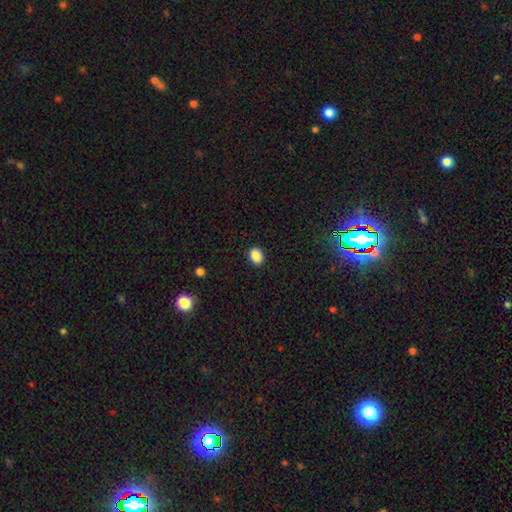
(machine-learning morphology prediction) Smooth or featured? smooth (87%)
How rounded? in between (55%)
Merging? none (90%)